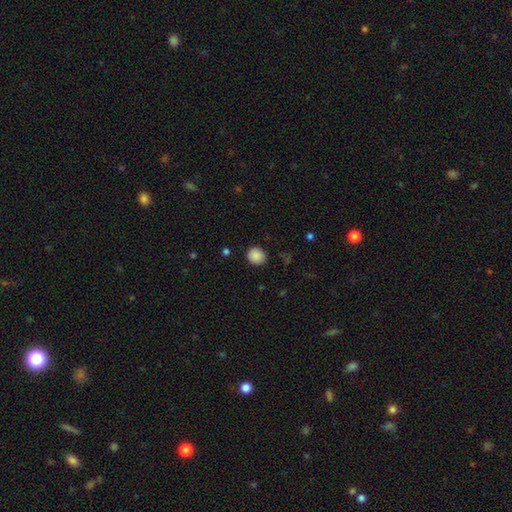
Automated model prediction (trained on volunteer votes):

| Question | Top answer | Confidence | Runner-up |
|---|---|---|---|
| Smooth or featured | smooth | 88% | star or artifact (9%) |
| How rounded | round | 80% | in between (19%) |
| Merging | none | 87% | minor disturbance (9%) |